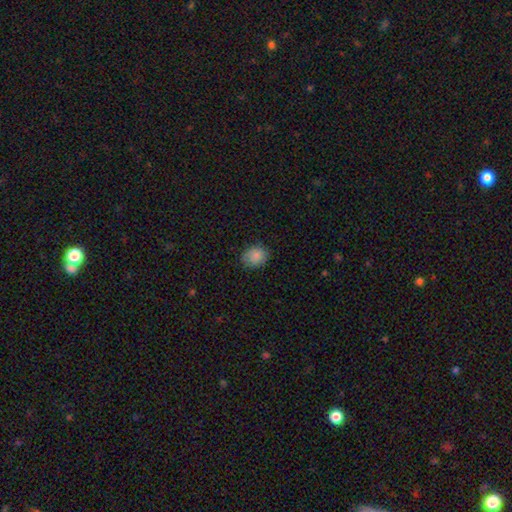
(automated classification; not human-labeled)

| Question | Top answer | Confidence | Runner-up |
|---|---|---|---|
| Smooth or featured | smooth | 83% | featured or disk (9%) |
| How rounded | round | 53% | in between (46%) |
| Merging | none | 73% | minor disturbance (21%) |